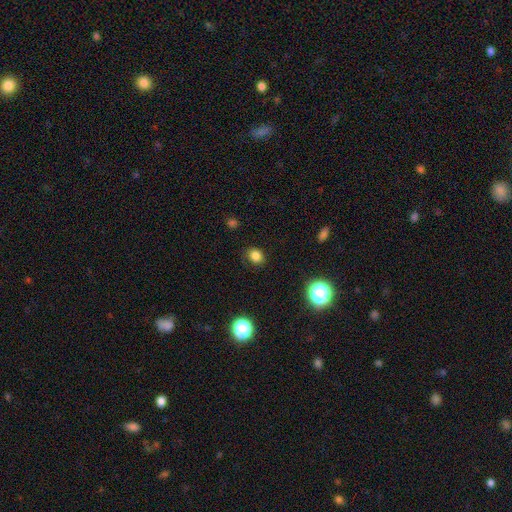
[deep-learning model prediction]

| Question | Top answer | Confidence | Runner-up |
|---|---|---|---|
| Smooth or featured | smooth | 81% | star or artifact (14%) |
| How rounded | round | 55% | in between (44%) |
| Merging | none | 82% | minor disturbance (13%) |